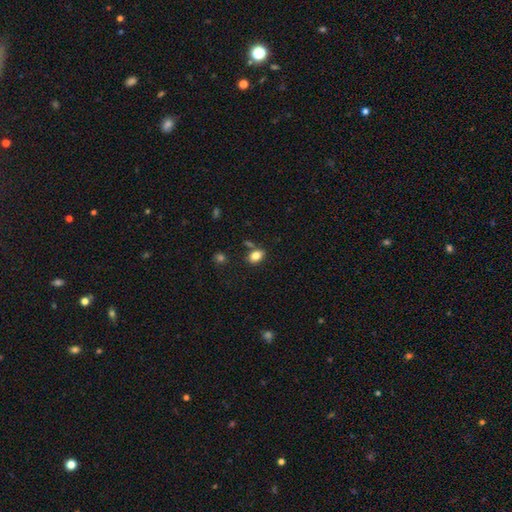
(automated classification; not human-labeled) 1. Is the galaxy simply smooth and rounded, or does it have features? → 82% smooth, 10% star or artifact, 8% featured or disk.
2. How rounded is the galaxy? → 81% in between, 18% round, 2% cigar-shaped.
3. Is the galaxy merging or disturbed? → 77% none, 12% minor disturbance, 8% merger, 3% major disturbance.